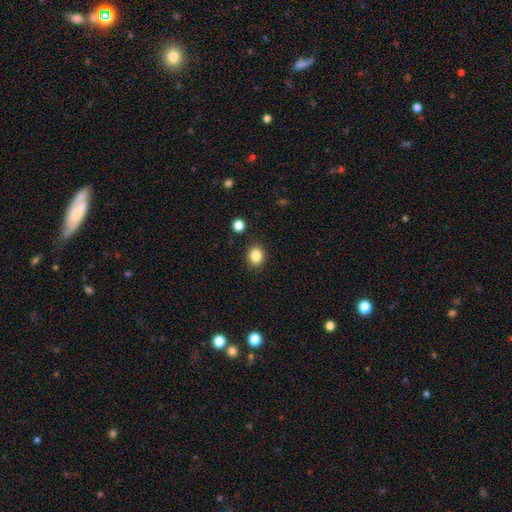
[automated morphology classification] This appears to be a smooth galaxy with no disk features (84%) that is round (68%). Merging: none (88%).